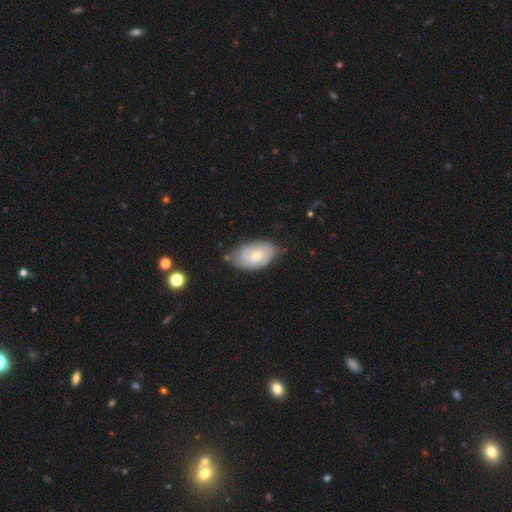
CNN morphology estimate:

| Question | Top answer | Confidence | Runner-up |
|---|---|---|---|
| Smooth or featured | smooth | 56% | featured or disk (37%) |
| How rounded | in between | 92% | round (7%) |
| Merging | none | 61% | minor disturbance (29%) |